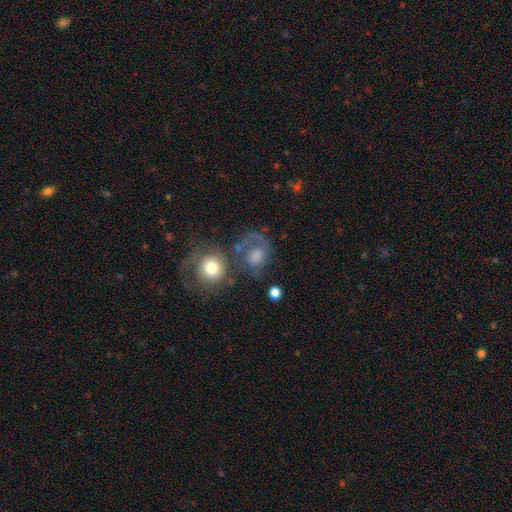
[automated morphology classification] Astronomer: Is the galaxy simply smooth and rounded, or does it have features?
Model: featured or disk — 45% (runner-up: smooth, 42%).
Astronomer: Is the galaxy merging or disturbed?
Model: none — 37% (runner-up: major disturbance, 25%).